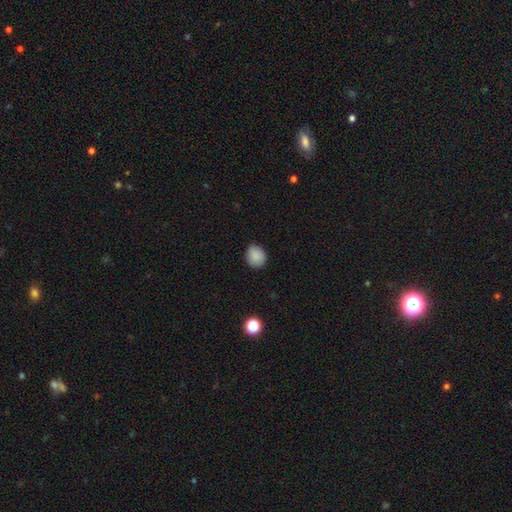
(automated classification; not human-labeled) smooth 88%, star or artifact 9%, featured or disk 4%. Down the decision tree: how rounded — round (70%); merging — none (86%).